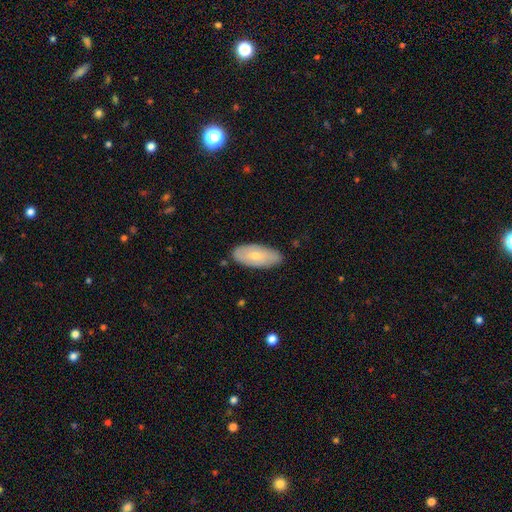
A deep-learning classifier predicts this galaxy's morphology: Smooth or featured? Predicted: smooth (p=0.61). How rounded? Predicted: in between (p=0.89). Merging? Predicted: none (p=0.81).